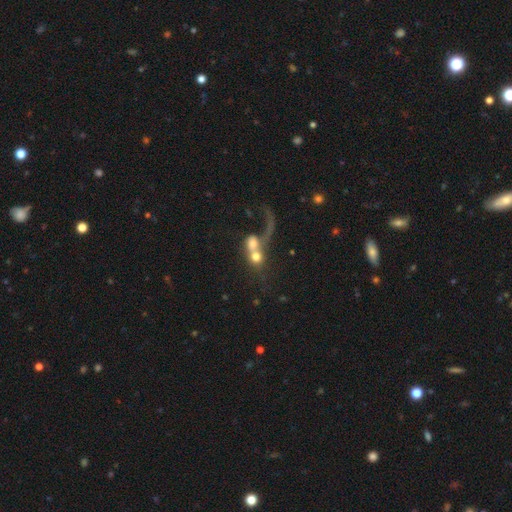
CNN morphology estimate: This is marginally a smooth galaxy (43%). Merging: likely merger (72%).